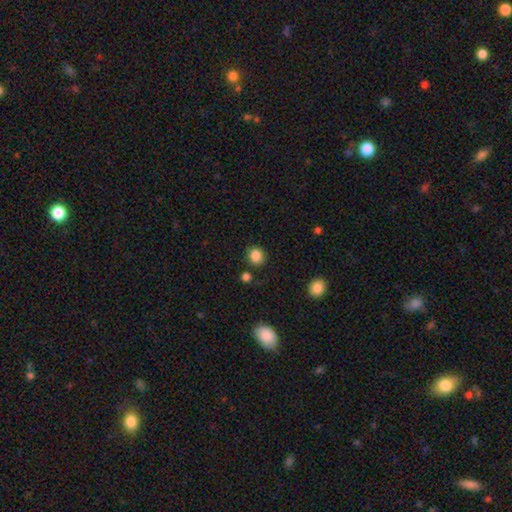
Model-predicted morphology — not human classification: Smooth or featured? smooth (86%)
How rounded? round (81%)
Merging? none (83%)